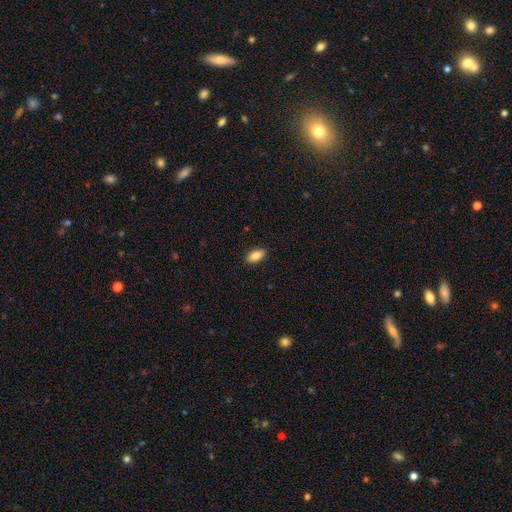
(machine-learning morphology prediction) type=smooth (85%); roundness=in between (90%); merging=none (89%).